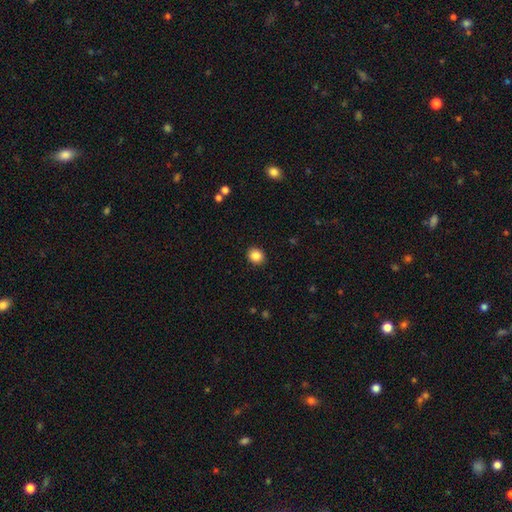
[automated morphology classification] This is clearly a smooth galaxy (86%). How rounded: likely round (74%). Merging: clearly none (92%).